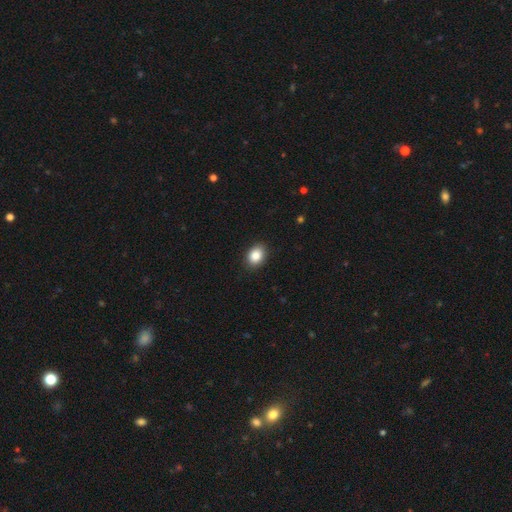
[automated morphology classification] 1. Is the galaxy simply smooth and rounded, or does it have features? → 87% smooth, 8% star or artifact, 5% featured or disk.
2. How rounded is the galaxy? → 69% in between, 30% round, 1% cigar-shaped.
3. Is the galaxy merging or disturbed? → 89% none, 8% minor disturbance, 2% major disturbance, 1% merger.